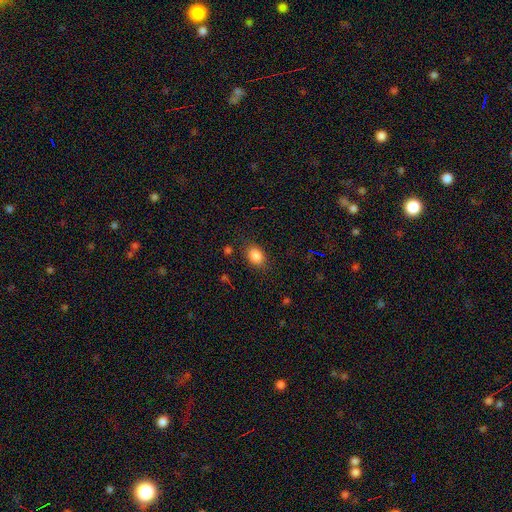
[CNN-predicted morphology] smooth_or_featured: smooth (p=0.86) [alt: star or artifact p=0.09]
how_rounded: in between (p=0.69) [alt: round p=0.30]
merging: none (p=0.82) [alt: minor disturbance p=0.12]